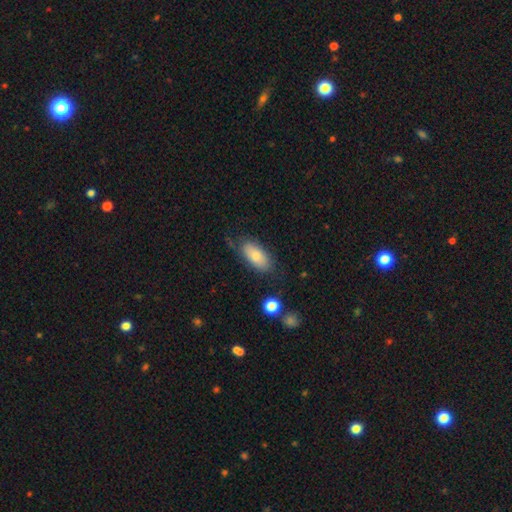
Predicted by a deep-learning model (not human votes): This appears to be a smooth galaxy with no disk features (79%) that is in between round and cigar-shaped (88%). Merging: none (72%).